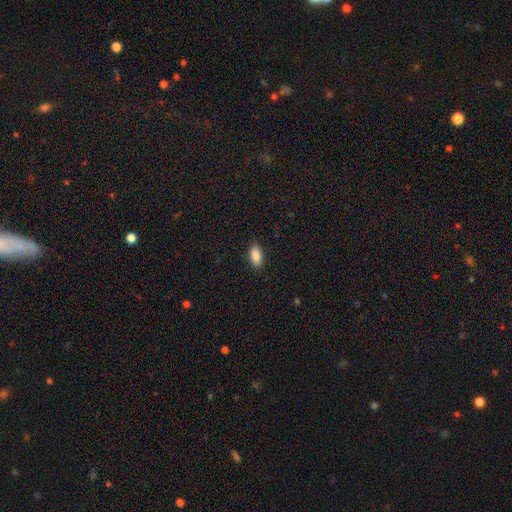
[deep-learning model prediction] This is clearly a smooth galaxy (89%). How rounded: clearly in between (87%). Merging: clearly none (87%).